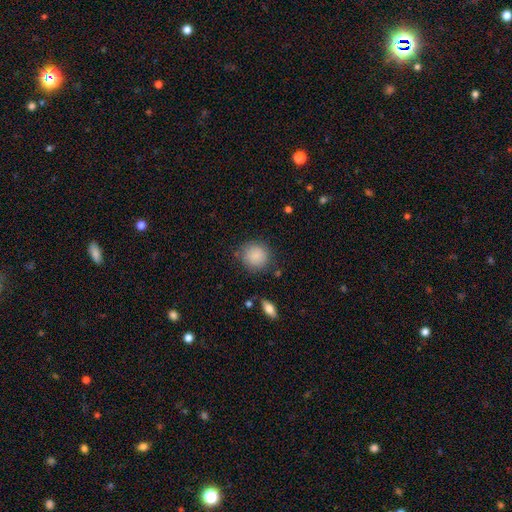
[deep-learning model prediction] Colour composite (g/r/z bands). It shows a smooth galaxy with no disk features (87%) that is round (88%). Merging: none (81%).